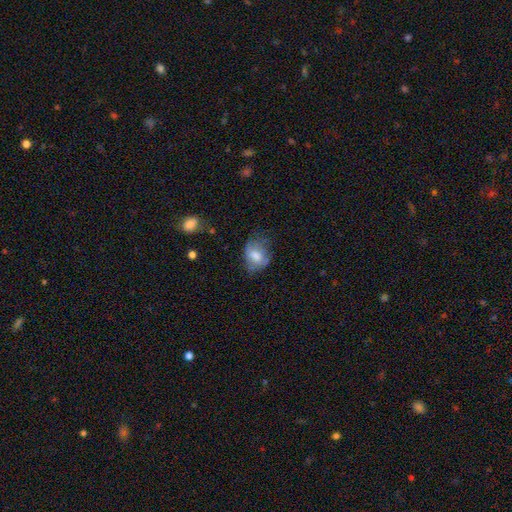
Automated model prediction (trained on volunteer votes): Morphology: type=smooth (63%); roundness=in between (62%); merging=none (46%).